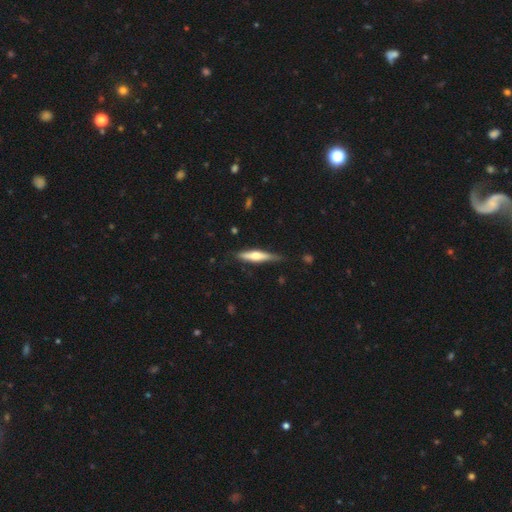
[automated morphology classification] Smooth or featured? featured or disk (53%)
Edge-on disk? yes (94%)
Merging? none (79%)